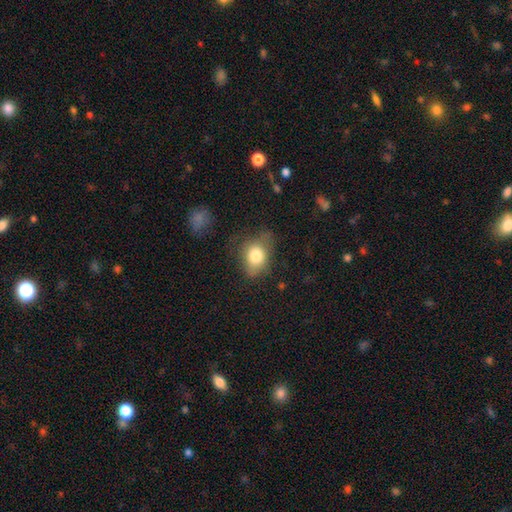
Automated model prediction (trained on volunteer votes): Smooth or featured? Predicted: smooth (p=0.78). How rounded? Predicted: in between (p=0.65). Merging? Predicted: none (p=0.52).